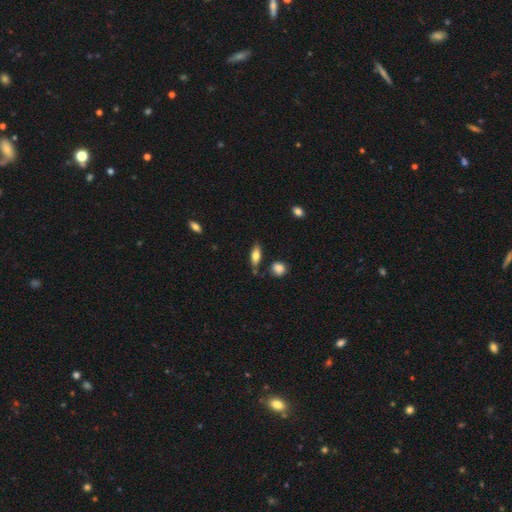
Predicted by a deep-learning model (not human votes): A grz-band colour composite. It shows a smooth galaxy with no disk features (71%) that is in between round and cigar-shaped (72%). Merging: none (75%).